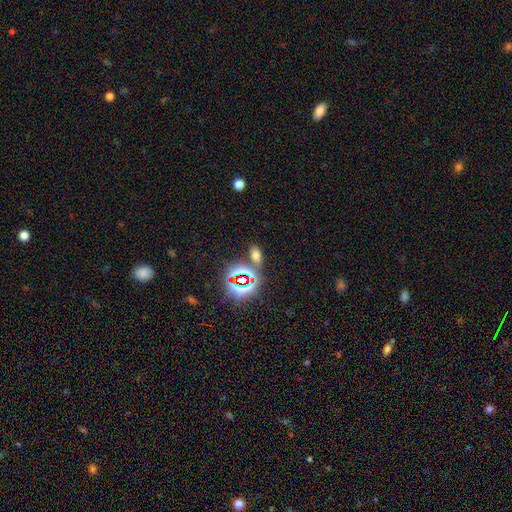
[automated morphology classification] Q: Smooth or featured?
A: smooth (58%); runner-up: star or artifact (35%)
Q: How rounded?
A: in between (86%); runner-up: round (10%)
Q: Merging?
A: none (75%); runner-up: merger (11%)